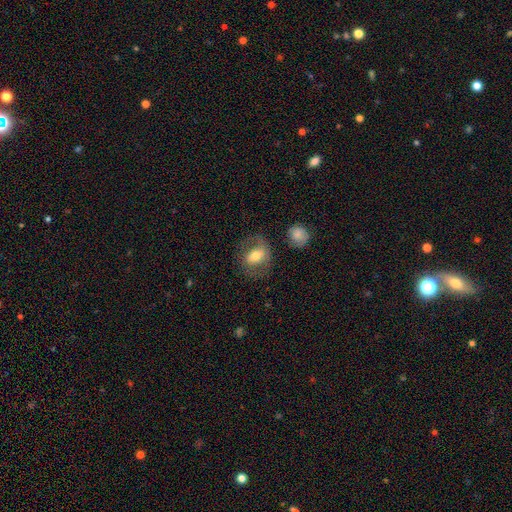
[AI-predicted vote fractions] This appears to be a smooth galaxy with no disk features (54%) that is in between round and cigar-shaped (61%). Merging: none (63%).